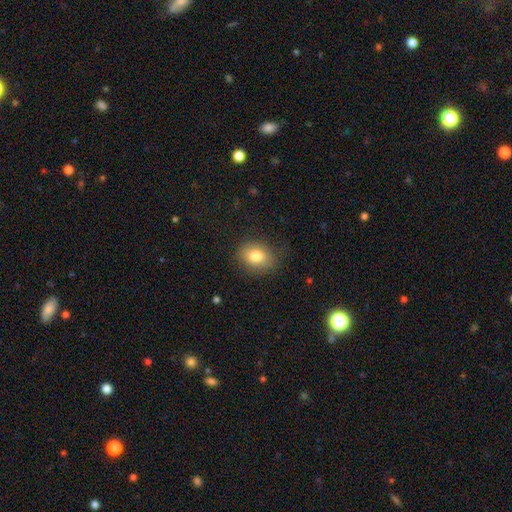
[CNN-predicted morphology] This is clearly a smooth galaxy (81%). How rounded: possibly in between (52%). Merging: clearly none (80%).